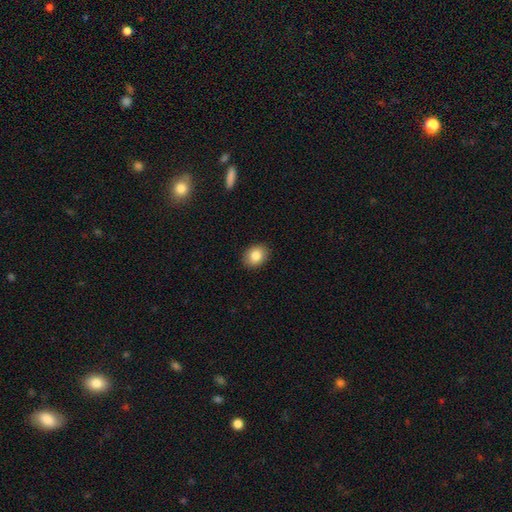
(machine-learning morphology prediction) Overall: smooth (84%). How rounded: in between (60%; round 39%). Merging: none (90%).